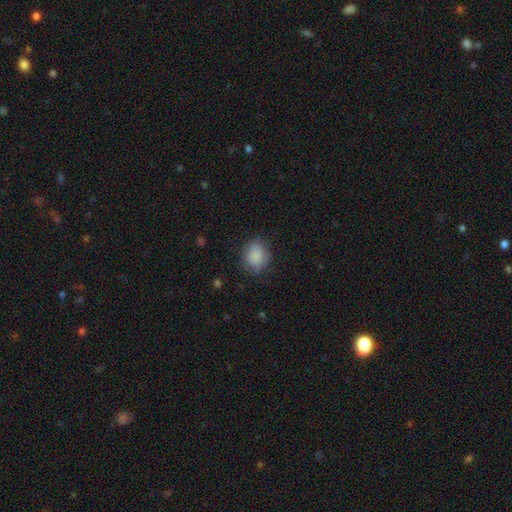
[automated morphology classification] smooth-or-featured: smooth: 86% | star or artifact: 8% | featured or disk: 7%
  how-rounded: round: 61% | in between: 38% | cigar-shaped: 1%
  merging: none: 77% | minor disturbance: 17% | major disturbance: 5% | merger: 1%